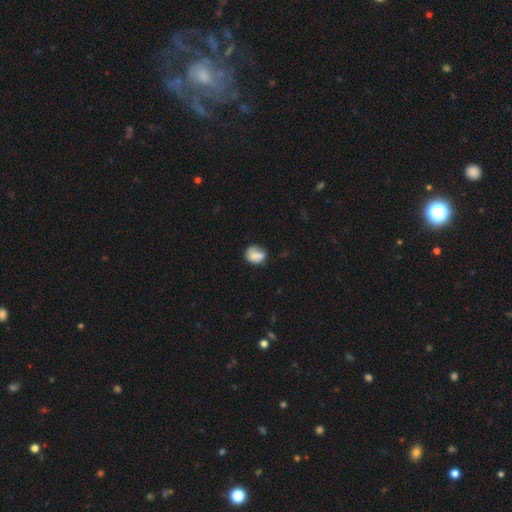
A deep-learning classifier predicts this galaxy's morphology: Q: Smooth or featured?
A: smooth (68%); runner-up: featured or disk (23%)
Q: How rounded?
A: round (57%); runner-up: in between (42%)
Q: Merging?
A: none (46%); runner-up: minor disturbance (25%)